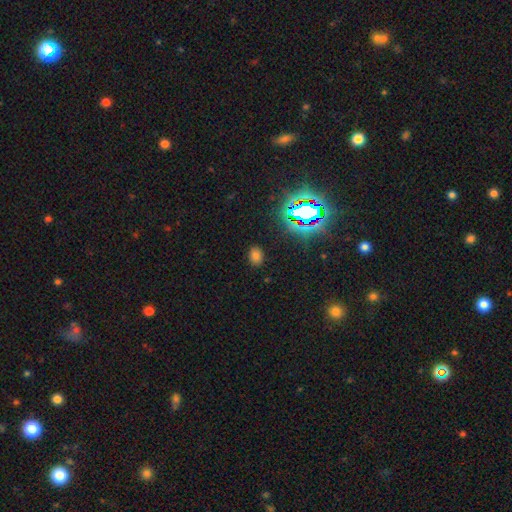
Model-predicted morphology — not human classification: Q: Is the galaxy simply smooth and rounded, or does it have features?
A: smooth — 67%.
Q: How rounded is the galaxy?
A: in between — 70%.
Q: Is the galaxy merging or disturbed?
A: none — 87%.